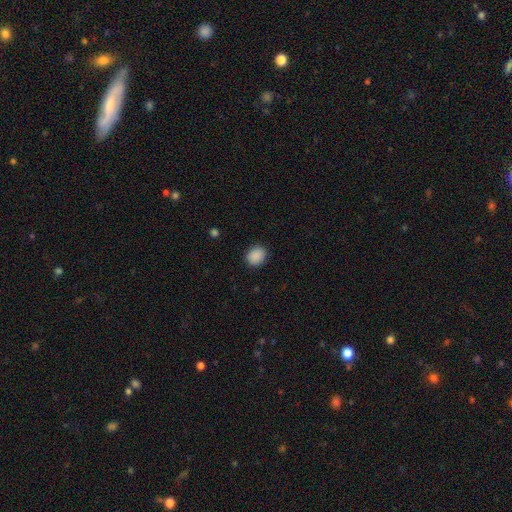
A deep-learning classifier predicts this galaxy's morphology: Smooth or featured? Predicted: smooth (p=0.89). How rounded? Predicted: round (p=0.62). Merging? Predicted: none (p=0.88).